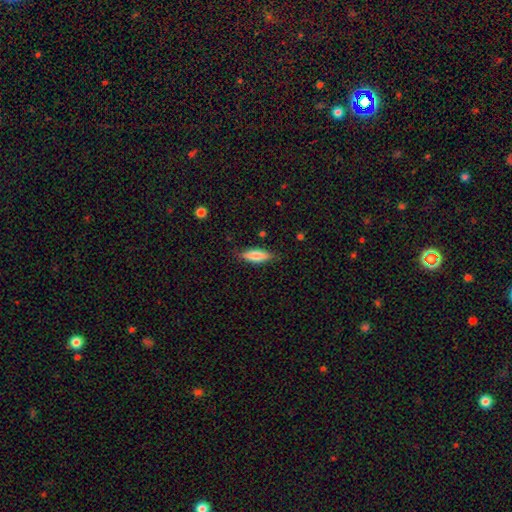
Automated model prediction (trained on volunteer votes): smooth 78%, featured or disk 16%, star or artifact 6%. Down the decision tree: how rounded — in between (53%); merging — none (82%).